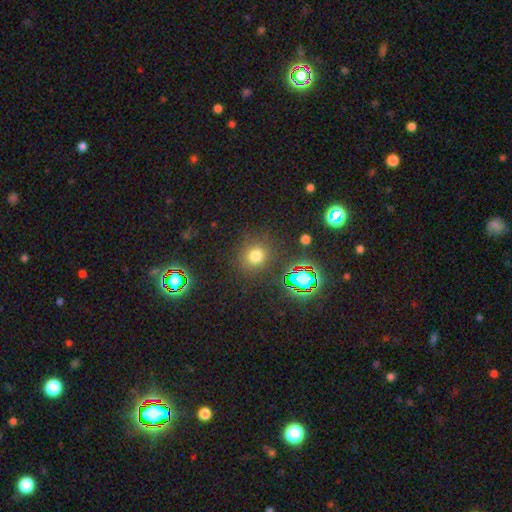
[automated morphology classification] Smooth or featured?
  - smooth: 70% *
  - star or artifact: 23%
  - featured or disk: 7%
How rounded?
  - round: 84% *
  - in between: 15%
  - cigar-shaped: 1%
Merging?
  - none: 85% *
  - minor disturbance: 8%
  - major disturbance: 4%
  - merger: 3%